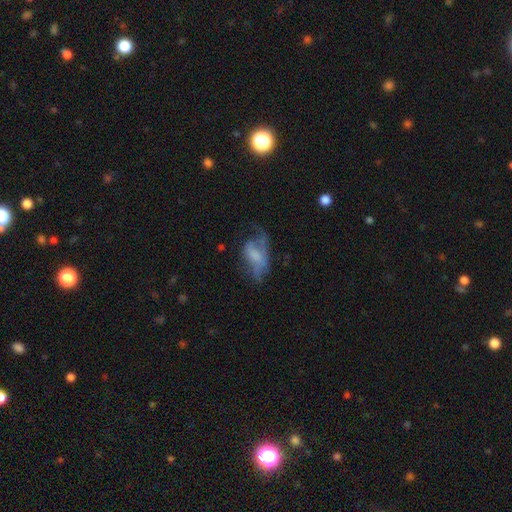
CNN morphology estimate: type=featured or disk (46%); merging=major disturbance (47%).